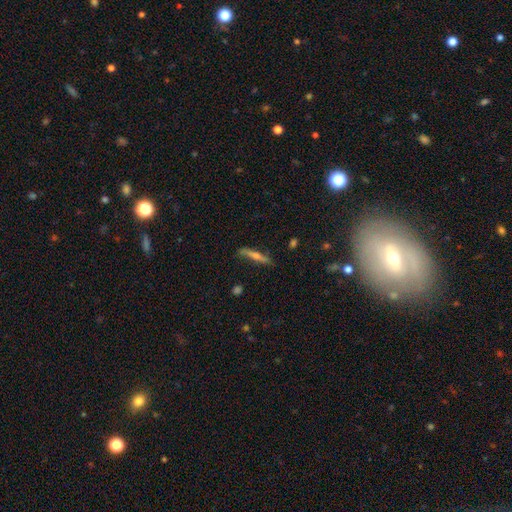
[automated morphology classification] Overall: featured or disk (53%; smooth 38%). Edge-on disk: yes (92%). Merging: none (82%).